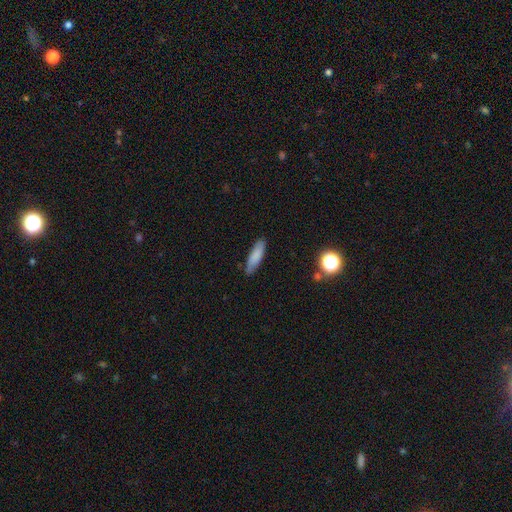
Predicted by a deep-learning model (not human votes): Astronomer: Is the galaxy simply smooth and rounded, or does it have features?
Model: smooth — 82%.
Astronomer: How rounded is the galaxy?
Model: cigar-shaped — 60% (runner-up: in between, 38%).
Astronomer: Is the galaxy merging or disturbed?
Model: none — 82%.